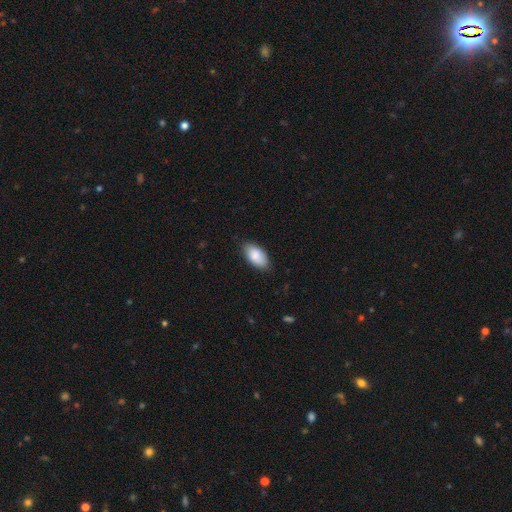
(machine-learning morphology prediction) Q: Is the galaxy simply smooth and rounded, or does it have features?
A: smooth — 87%.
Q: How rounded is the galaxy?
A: in between — 95%.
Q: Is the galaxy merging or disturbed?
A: none — 83%.